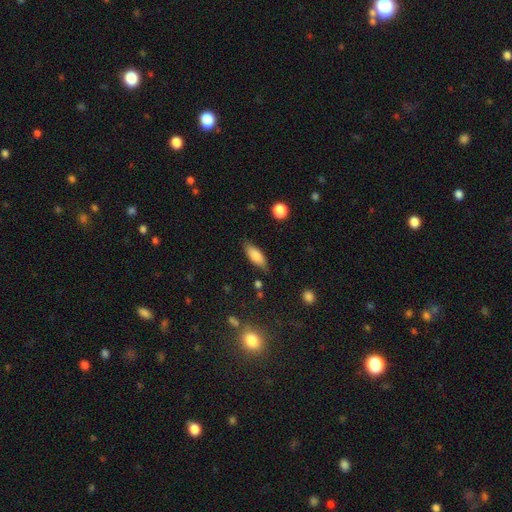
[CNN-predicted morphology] type=smooth (80%); roundness=in between (74%); merging=none (78%).